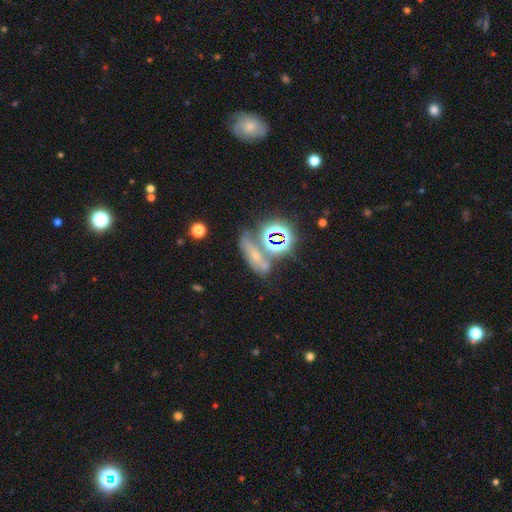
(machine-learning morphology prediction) Smooth or featured? star or artifact (40%)